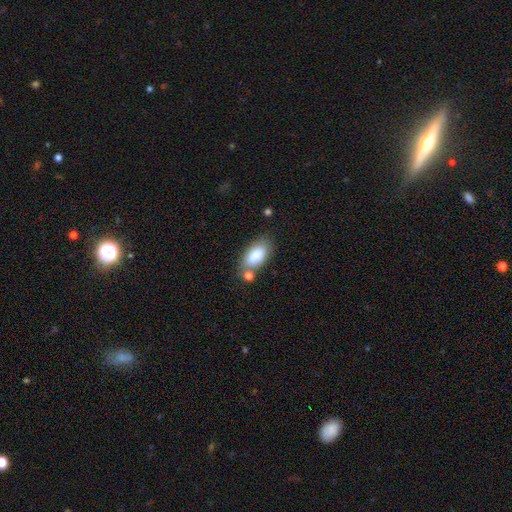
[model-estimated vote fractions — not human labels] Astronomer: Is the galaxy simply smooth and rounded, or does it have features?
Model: smooth — 84%.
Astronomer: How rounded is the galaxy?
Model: in between — 91%.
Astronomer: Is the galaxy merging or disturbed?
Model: none — 65%.